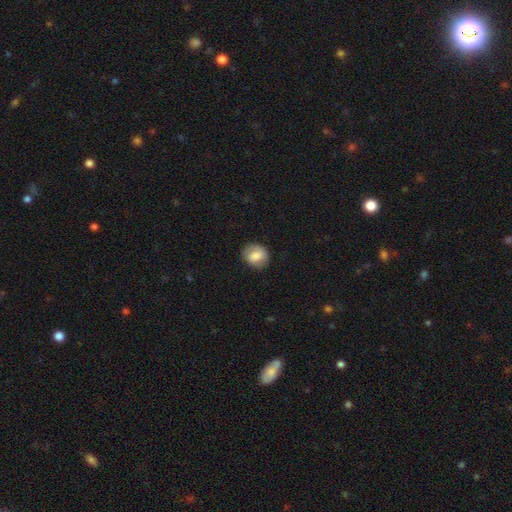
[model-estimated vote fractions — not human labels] Morphology: type=smooth (75%); roundness=round (64%); merging=none (81%).